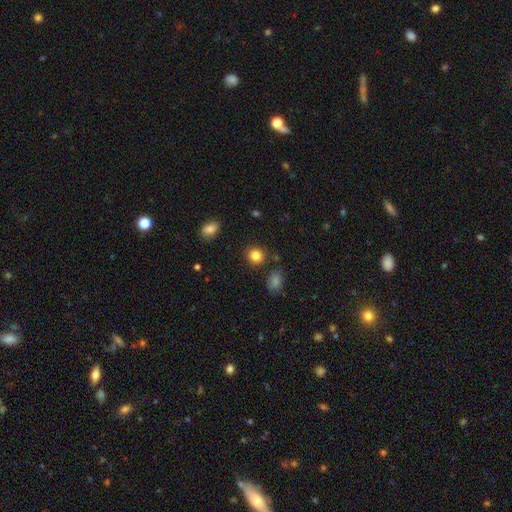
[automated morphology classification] A smooth galaxy with no disk features (84%) that is round (84%).

Vote fractions:
- Smooth or featured? smooth: 84% / star or artifact: 11% / featured or disk: 5%
- How rounded? round: 84% / in between: 15% / cigar-shaped: 1%
- Merging? none: 86% / minor disturbance: 8% / merger: 3% / major disturbance: 3%